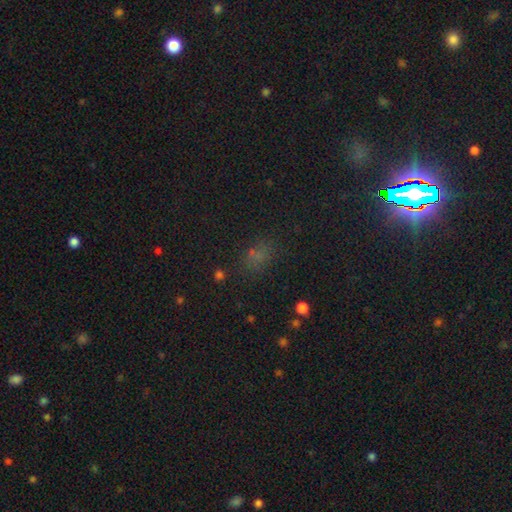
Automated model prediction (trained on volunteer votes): A smooth galaxy with no disk features (46%). Merging: none (76%).